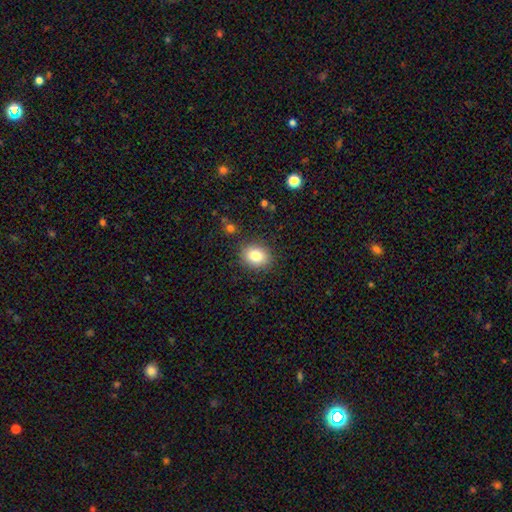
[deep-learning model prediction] A smooth galaxy with no disk features (83%) that is in between round and cigar-shaped (50%). Merging: none (86%).